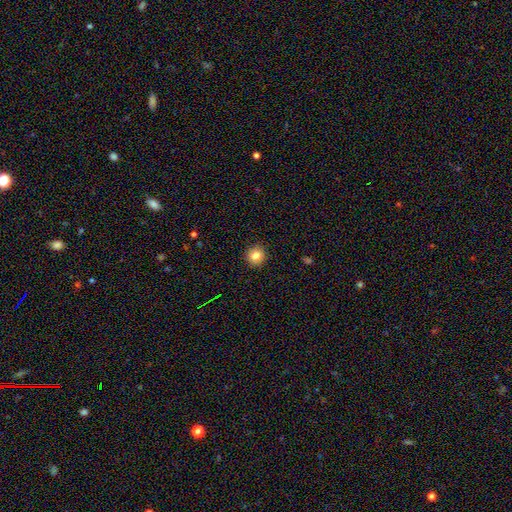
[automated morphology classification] Smooth or featured? Predicted: smooth (p=0.82). How rounded? Predicted: round (p=0.90). Merging? Predicted: none (p=0.92).